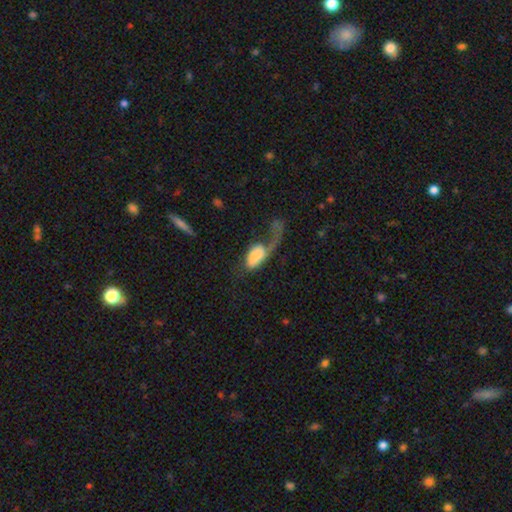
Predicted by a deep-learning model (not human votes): Morphology: type=smooth (62%); roundness=in between (91%); merging=major disturbance (63%).